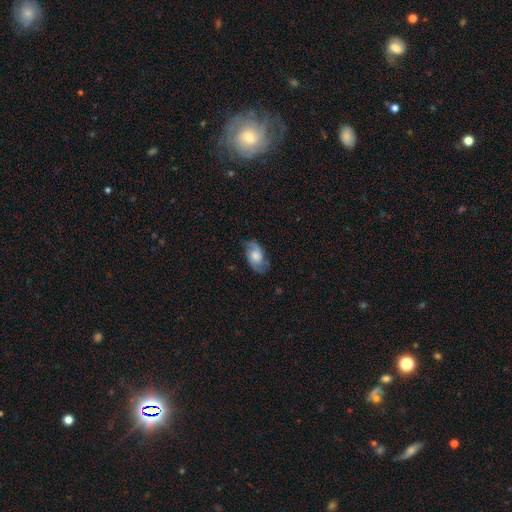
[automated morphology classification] Q: Smooth or featured?
A: featured or disk (62%); runner-up: smooth (31%)
Q: Edge-on disk?
A: no (95%); runner-up: yes (5%)
Q: Bar?
A: no (66%); runner-up: weak (29%)
Q: Spiral arms?
A: yes (90%); runner-up: no (10%)
Q: Spiral winding?
A: medium (46%); runner-up: loose (28%)
Q: Spiral arm count?
A: 2 (84%); runner-up: can't tell (8%)
Q: Bulge size?
A: moderate (41%); runner-up: large (29%)
Q: Merging?
A: none (72%); runner-up: minor disturbance (20%)